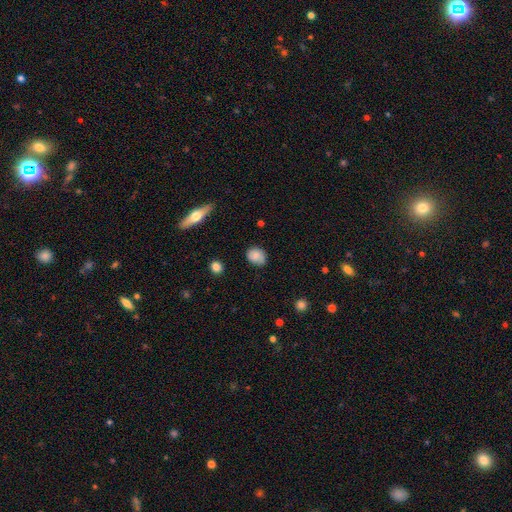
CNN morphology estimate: A smooth galaxy with no disk features (78%) that is round (60%).

Vote fractions:
- Smooth or featured? smooth: 78% / featured or disk: 13% / star or artifact: 9%
- How rounded? round: 60% / in between: 39% / cigar-shaped: 1%
- Merging? none: 71% / minor disturbance: 23% / major disturbance: 4% / merger: 2%